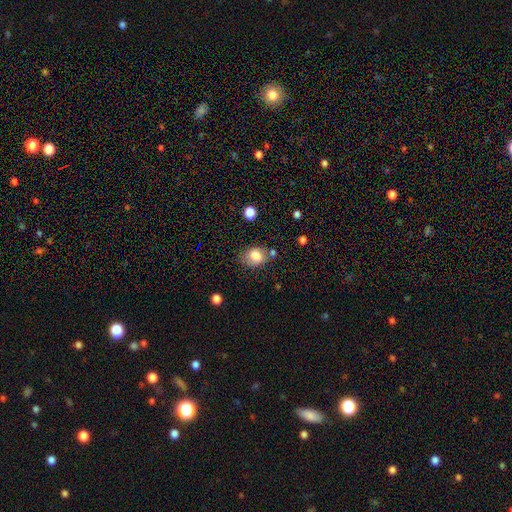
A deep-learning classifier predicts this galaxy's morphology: smooth_or_featured: smooth (p=0.80) [alt: featured or disk p=0.10]
how_rounded: in between (p=0.64) [alt: round p=0.35]
merging: none (p=0.61) [alt: minor disturbance p=0.23]